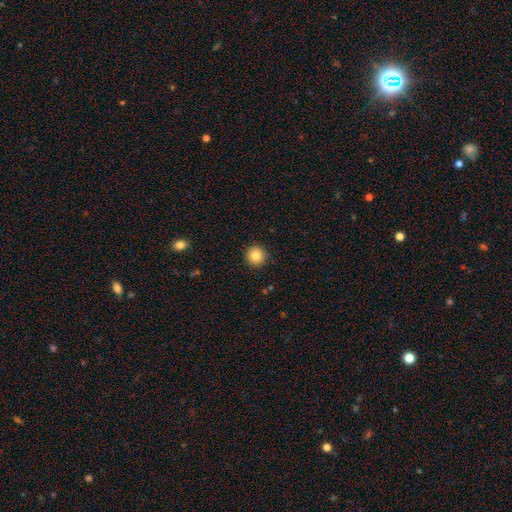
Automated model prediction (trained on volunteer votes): This is clearly a smooth galaxy (86%). How rounded: clearly round (95%). Merging: clearly none (92%).